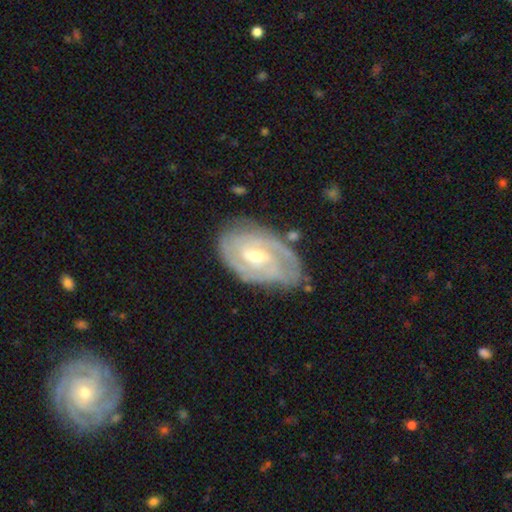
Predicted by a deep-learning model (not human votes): Smooth or featured: featured or disk — 85% (smooth — 10%)
Edge-on disk: no — 96% (yes — 4%)
Bar: weak — 52% (no — 32%)
Spiral arms: yes — 95% (no — 5%)
Spiral winding: tight — 62% (medium — 31%)
Spiral arm count: 2 — 44% (can't tell — 22%)
Bulge size: moderate — 52% (small — 45%)
Merging: none — 73% (minor disturbance — 20%)